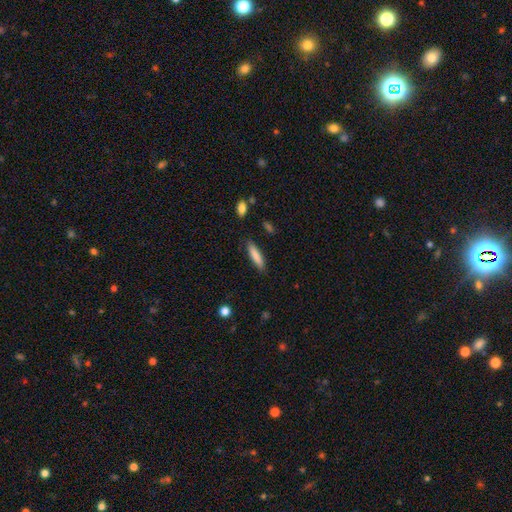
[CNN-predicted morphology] Q: Smooth or featured?
A: smooth (83%); runner-up: featured or disk (10%)
Q: How rounded?
A: cigar-shaped (78%); runner-up: in between (20%)
Q: Merging?
A: none (86%); runner-up: minor disturbance (10%)